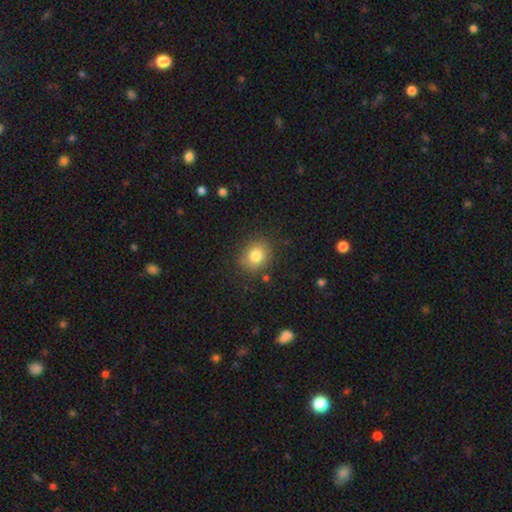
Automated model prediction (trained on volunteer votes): Smooth or featured? Predicted: smooth (p=0.81). How rounded? Predicted: round (p=0.67). Merging? Predicted: none (p=0.84).